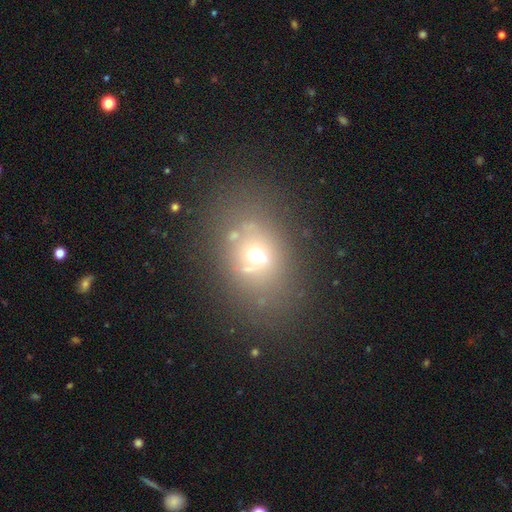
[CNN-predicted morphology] This appears to be a smooth galaxy with no disk features (53%) that is in between round and cigar-shaped (62%). Merging: none (66%).